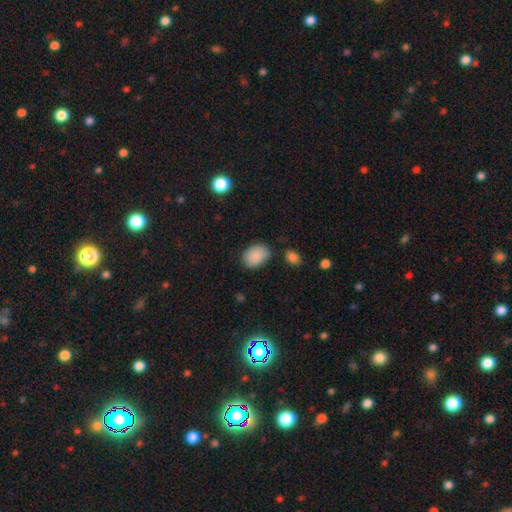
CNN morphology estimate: Q: Smooth or featured?
A: smooth (89%); runner-up: star or artifact (7%)
Q: How rounded?
A: in between (81%); runner-up: round (18%)
Q: Merging?
A: none (77%); runner-up: minor disturbance (16%)